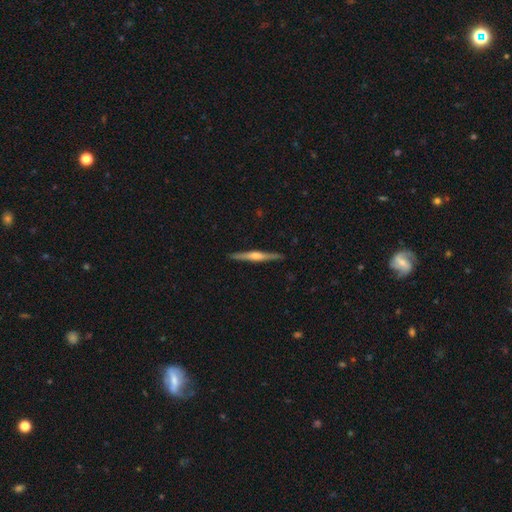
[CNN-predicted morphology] A featured or disk galaxy (73%) viewed edge-on (98%) with a rounded central bulge (83%).

Vote fractions:
- Smooth or featured? featured or disk: 73% / smooth: 21% / star or artifact: 5%
- Edge-on disk? yes: 98% / no: 2%
- Edge-on bulge? rounded: 83% / boxy: 10% / none: 7%
- Merging? none: 91% / minor disturbance: 6% / major disturbance: 1% / merger: 1%